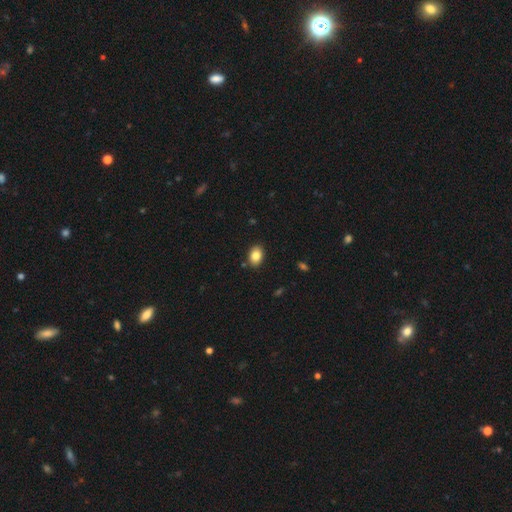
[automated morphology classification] smooth-or-featured: smooth: 85% | star or artifact: 8% | featured or disk: 7%
  how-rounded: in between: 78% | round: 21% | cigar-shaped: 1%
  merging: none: 87% | minor disturbance: 9% | major disturbance: 2% | merger: 2%